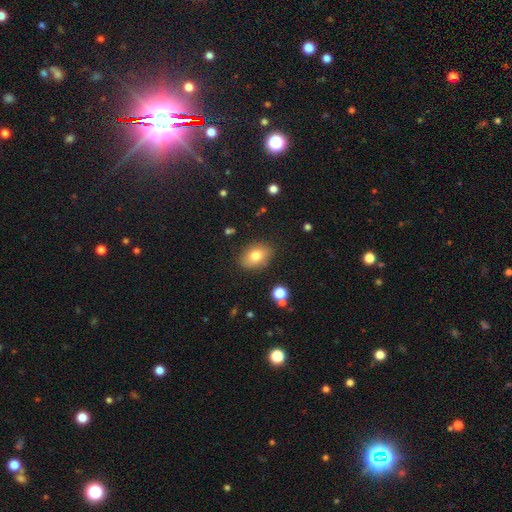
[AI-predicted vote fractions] Smooth or featured?
  - smooth: 78% *
  - featured or disk: 13%
  - star or artifact: 10%
How rounded?
  - in between: 74% *
  - round: 25%
  - cigar-shaped: 1%
Merging?
  - none: 84% *
  - minor disturbance: 11%
  - major disturbance: 3%
  - merger: 2%